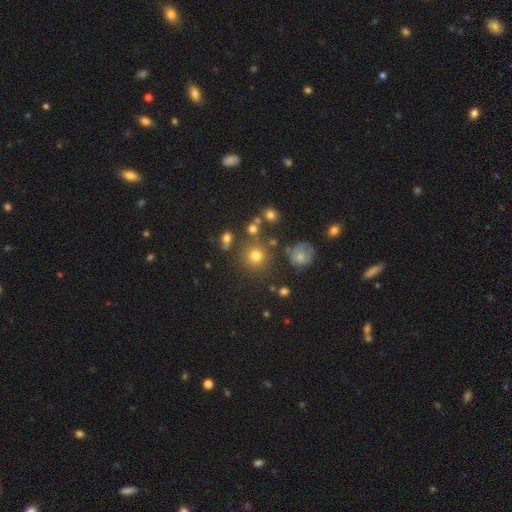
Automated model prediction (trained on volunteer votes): Smooth or featured? Predicted: smooth (p=0.74). How rounded? Predicted: round (p=0.93). Merging? Predicted: none (p=0.79).